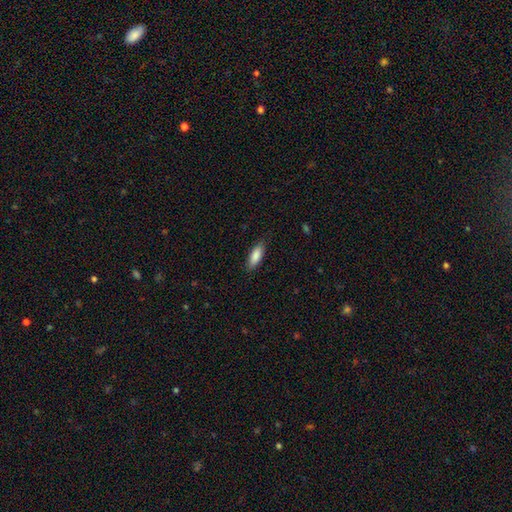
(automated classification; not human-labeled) Smooth or featured? smooth (86%)
How rounded? in between (72%)
Merging? none (83%)